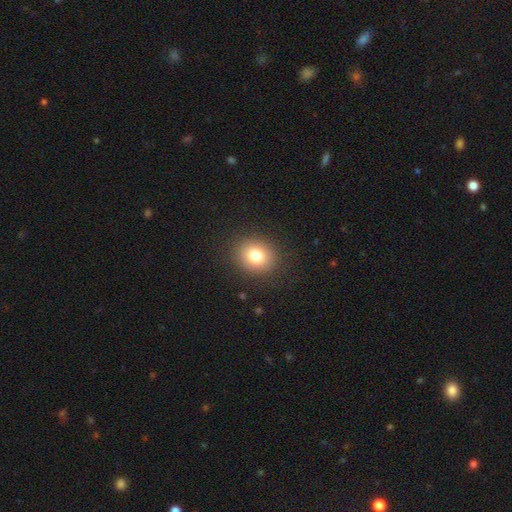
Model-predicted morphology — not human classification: This appears to be a smooth galaxy with no disk features (79%) that is round (74%). Merging: none (89%).